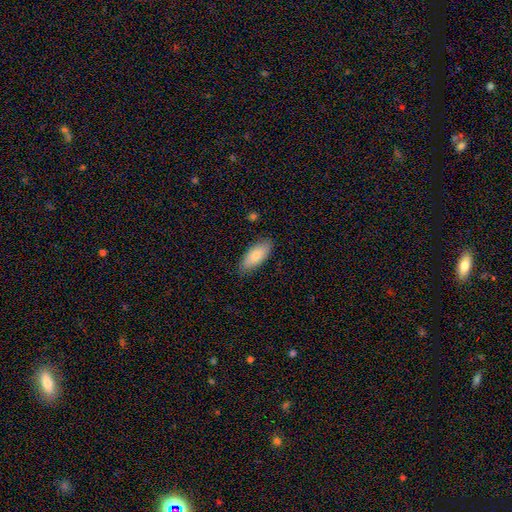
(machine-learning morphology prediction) smooth-or-featured: smooth: 80% | featured or disk: 14% | star or artifact: 6%
  how-rounded: in between: 84% | cigar-shaped: 14% | round: 2%
  merging: none: 81% | minor disturbance: 15% | major disturbance: 3% | merger: 1%